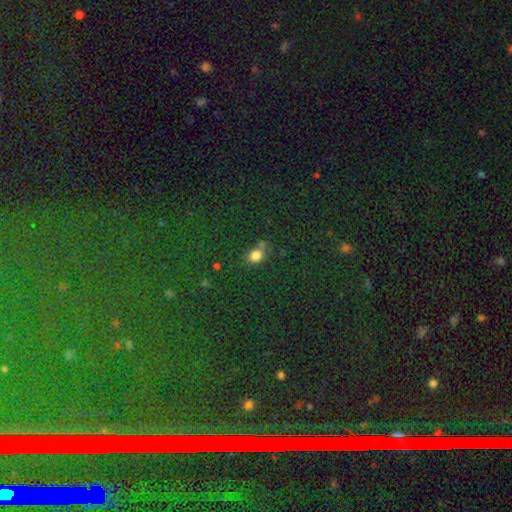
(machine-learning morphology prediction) This appears to be a smooth galaxy with no disk features (77%) that is round (51%). Merging: none (59%).